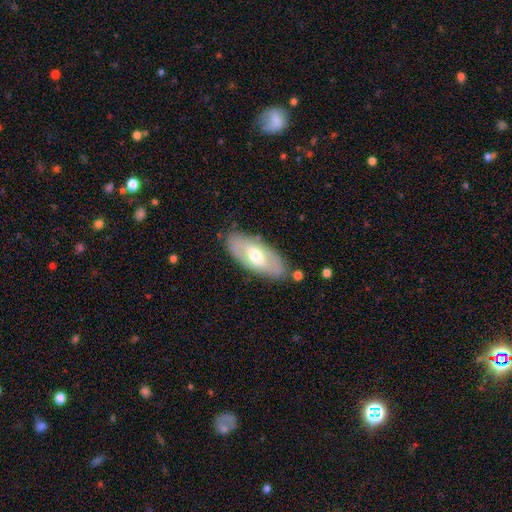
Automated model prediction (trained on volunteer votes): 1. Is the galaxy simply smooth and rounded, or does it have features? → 48% smooth, 46% featured or disk, 6% star or artifact.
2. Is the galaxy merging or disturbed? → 81% none, 13% minor disturbance, 3% major disturbance, 3% merger.